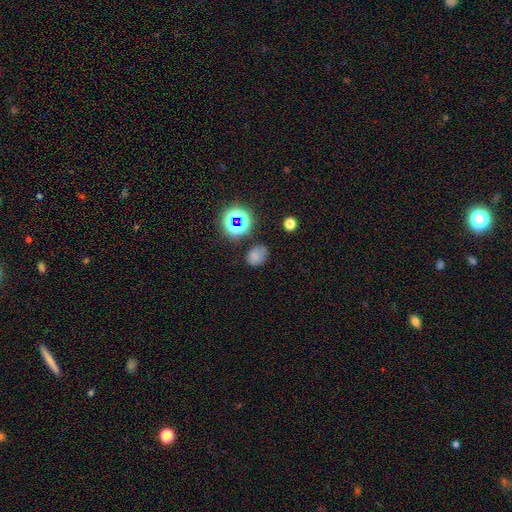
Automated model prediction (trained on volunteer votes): This appears to be a smooth galaxy with no disk features (66%) that is in between round and cigar-shaped (64%). Merging: none (62%).